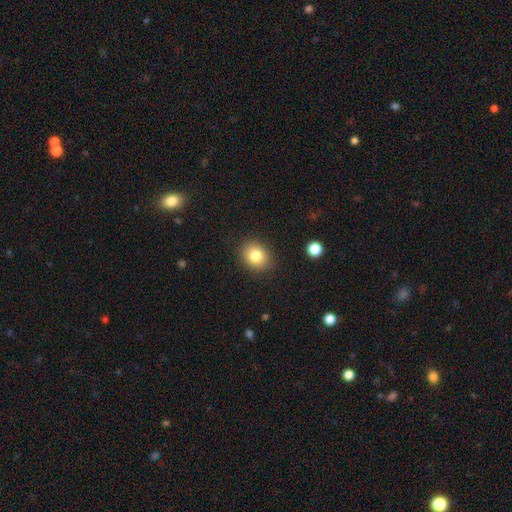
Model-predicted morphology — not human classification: A smooth galaxy with no disk features (82%) that is round (61%). Merging: none (88%).